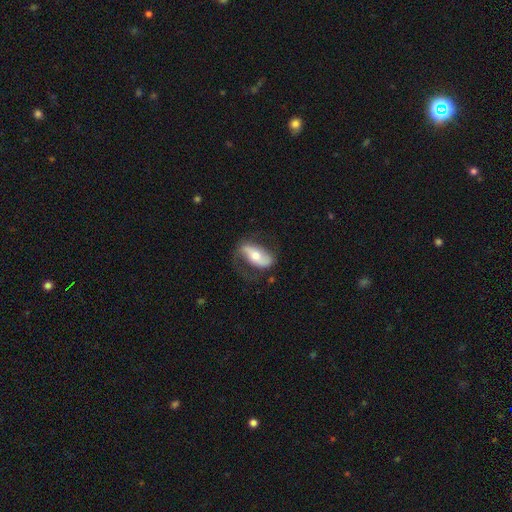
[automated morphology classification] This is likely a featured or disk galaxy (60%). It is clearly not viewed edge-on (87%). Bar: marginally strong (40%). Spiral arm pattern: likely yes (78%). Central bulge: likely moderate (62%). Merging: possibly none (59%).